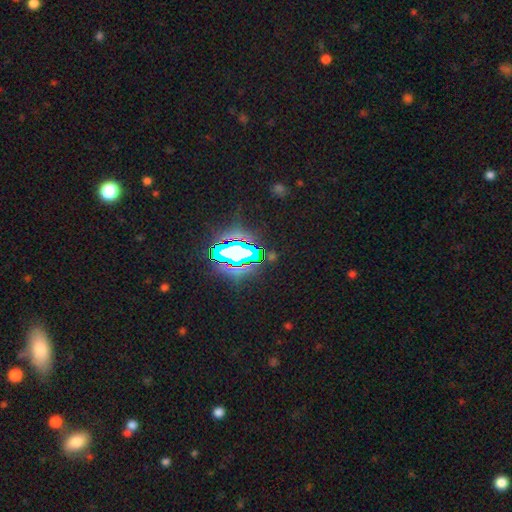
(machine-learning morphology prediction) Smooth or featured? Predicted: star or artifact (p=0.79).